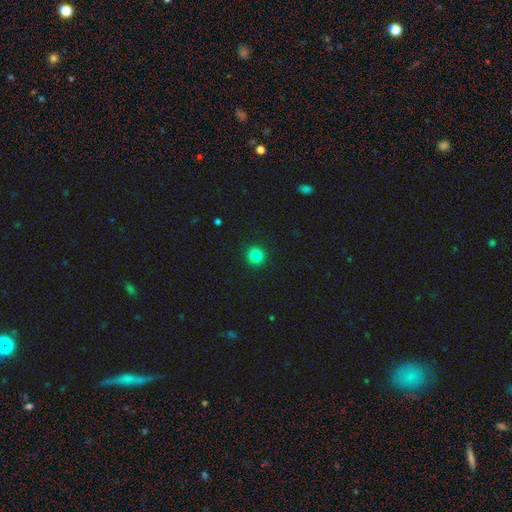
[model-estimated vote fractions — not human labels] Overall: smooth (84%). How rounded: round (94%). Merging: none (93%).